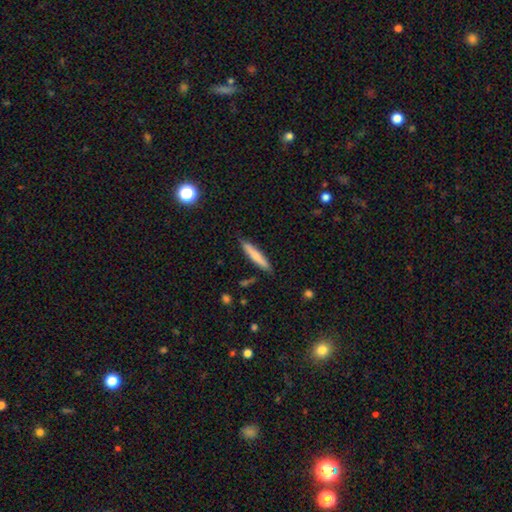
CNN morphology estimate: smooth 76%, featured or disk 19%, star or artifact 6%. Down the decision tree: how rounded — cigar-shaped (92%); merging — none (87%).